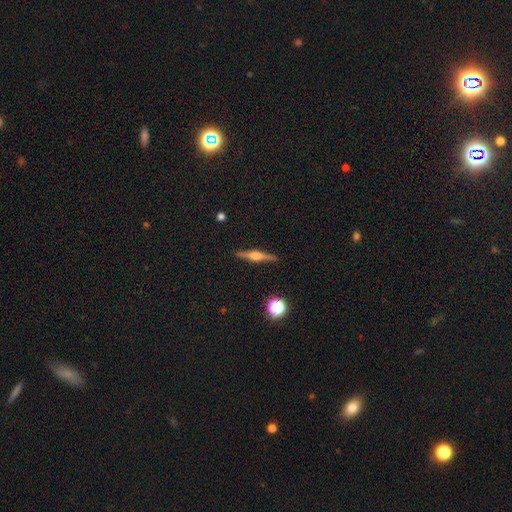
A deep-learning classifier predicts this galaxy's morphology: Smooth or featured? featured or disk (74%)
Edge-on disk? yes (98%)
Edge-on bulge? rounded (86%)
Merging? none (90%)